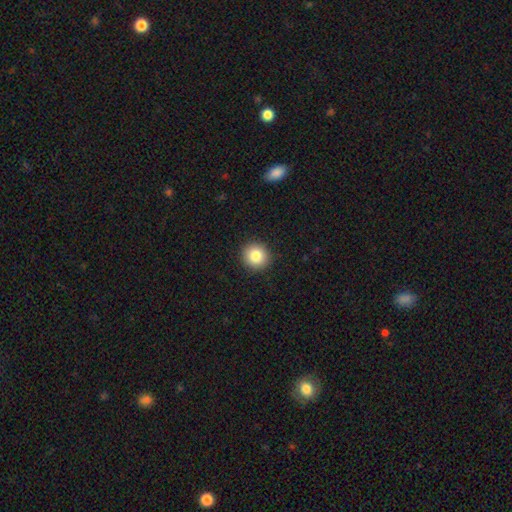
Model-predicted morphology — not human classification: Smooth or featured: smooth — 84% (star or artifact — 10%)
How rounded: round — 92% (in between — 7%)
Merging: none — 92% (minor disturbance — 5%)